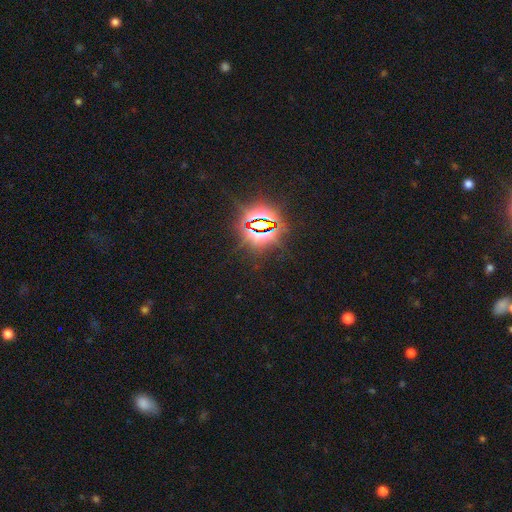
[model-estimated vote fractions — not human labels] A star or artifact, not a galaxy (84%).

Vote fractions:
- Smooth or featured? star or artifact: 84% / smooth: 10% / featured or disk: 6%